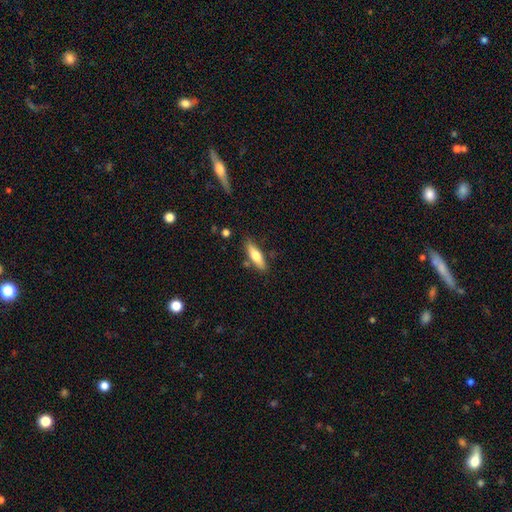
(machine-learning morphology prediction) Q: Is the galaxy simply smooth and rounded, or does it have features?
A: smooth — 65%.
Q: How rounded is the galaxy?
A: cigar-shaped — 59%.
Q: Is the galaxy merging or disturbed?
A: none — 79%.